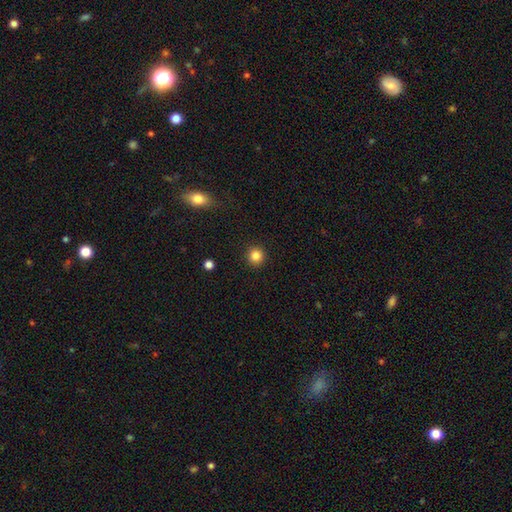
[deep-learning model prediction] smooth-or-featured: smooth: 84% | star or artifact: 11% | featured or disk: 4%
  how-rounded: round: 94% | in between: 5% | cigar-shaped: 1%
  merging: none: 92% | minor disturbance: 5% | major disturbance: 2% | merger: 1%